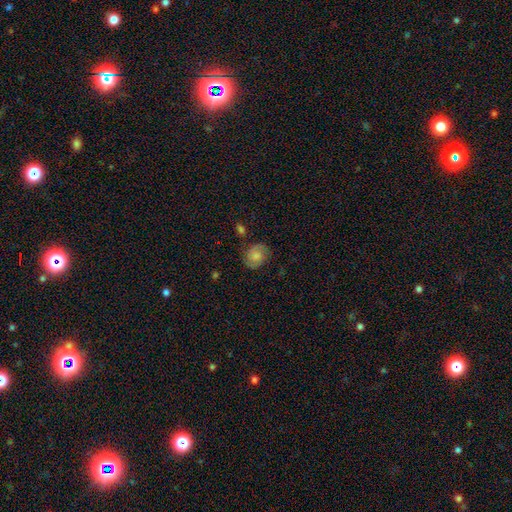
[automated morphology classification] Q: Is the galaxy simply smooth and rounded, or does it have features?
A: featured or disk — 49%.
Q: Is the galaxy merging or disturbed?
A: none — 76%.